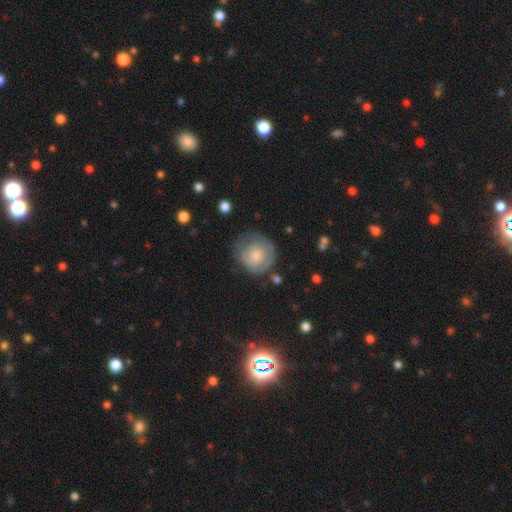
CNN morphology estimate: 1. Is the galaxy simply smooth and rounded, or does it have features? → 59% smooth, 34% featured or disk, 7% star or artifact.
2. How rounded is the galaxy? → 86% round, 13% in between, 1% cigar-shaped.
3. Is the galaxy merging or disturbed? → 56% none, 26% minor disturbance, 15% major disturbance, 3% merger.